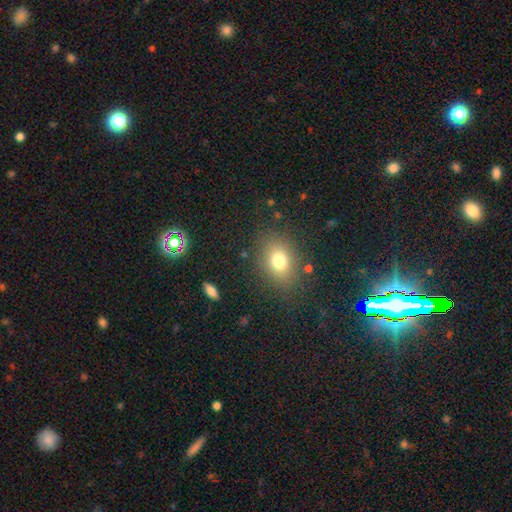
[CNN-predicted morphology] Smooth or featured?
  - smooth: 46% *
  - star or artifact: 42%
  - featured or disk: 12%
Merging?
  - none: 87% *
  - minor disturbance: 8%
  - major disturbance: 3%
  - merger: 2%